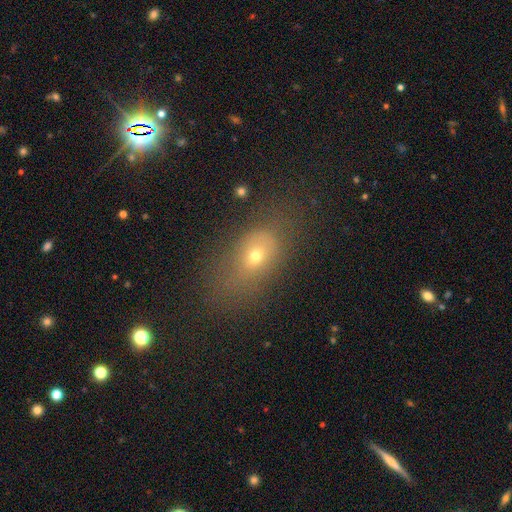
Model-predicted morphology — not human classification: This appears to be a smooth galaxy with no disk features (65%) that is in between round and cigar-shaped (77%). Merging: none (62%).